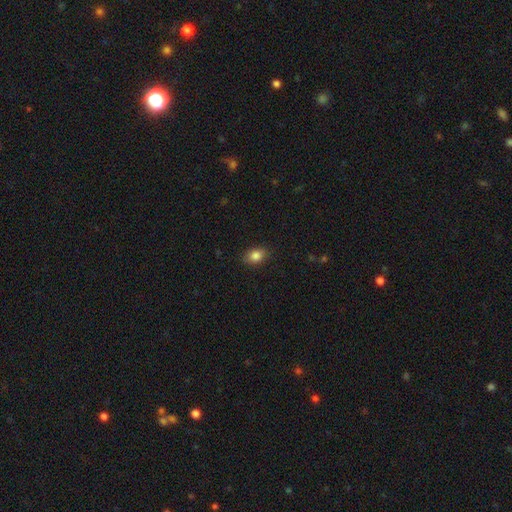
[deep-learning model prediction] Smooth or featured?
  - smooth: 85% *
  - star or artifact: 9%
  - featured or disk: 6%
How rounded?
  - in between: 78% *
  - round: 21%
  - cigar-shaped: 2%
Merging?
  - none: 87% *
  - minor disturbance: 10%
  - major disturbance: 2%
  - merger: 1%